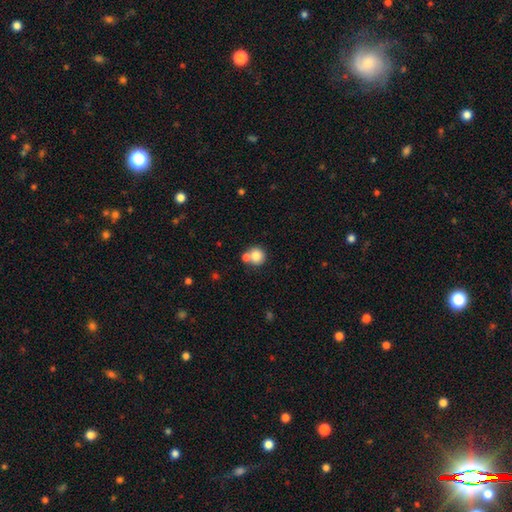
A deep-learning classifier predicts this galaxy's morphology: Smooth or featured: smooth — 79% (featured or disk — 11%)
How rounded: round — 88% (in between — 11%)
Merging: none — 51% (merger — 37%)